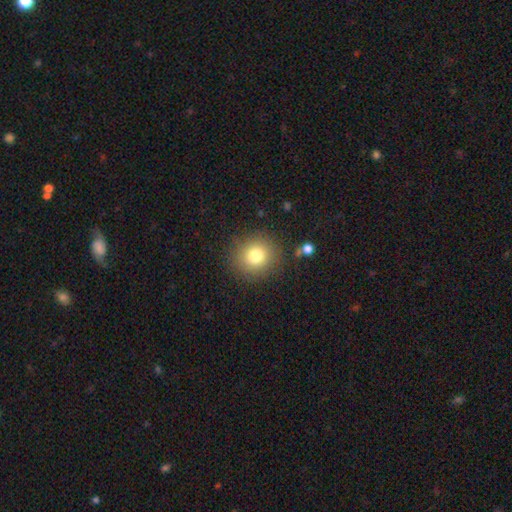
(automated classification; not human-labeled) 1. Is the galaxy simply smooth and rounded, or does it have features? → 78% smooth, 13% star or artifact, 10% featured or disk.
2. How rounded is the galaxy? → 91% round, 8% in between, 1% cigar-shaped.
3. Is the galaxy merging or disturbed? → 87% none, 8% minor disturbance, 3% major disturbance, 2% merger.